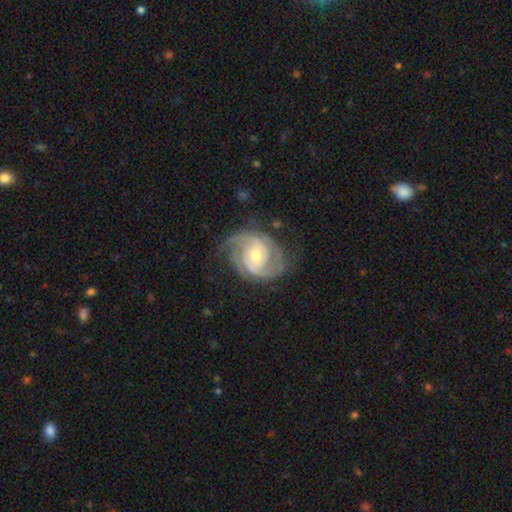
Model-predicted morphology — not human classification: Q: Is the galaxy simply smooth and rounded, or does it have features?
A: featured or disk — 90%.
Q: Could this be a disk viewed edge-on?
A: no — 98%.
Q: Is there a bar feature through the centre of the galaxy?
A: no — 50%.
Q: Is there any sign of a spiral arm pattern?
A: yes — 98%.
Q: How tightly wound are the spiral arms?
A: tight — 49%.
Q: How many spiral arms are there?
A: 2 — 61%.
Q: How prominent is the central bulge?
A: moderate — 55%.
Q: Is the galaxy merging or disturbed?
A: none — 72%.